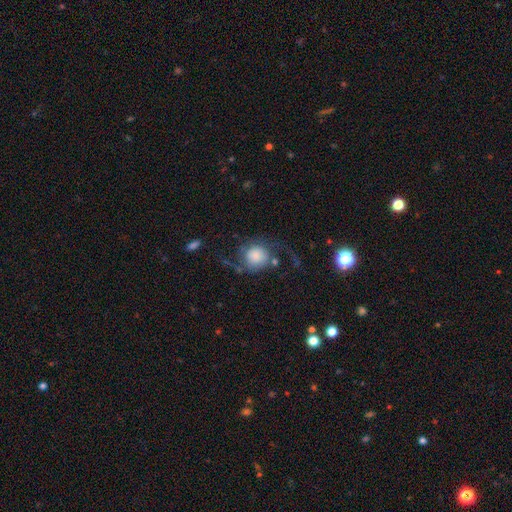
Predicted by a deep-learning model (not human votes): A smooth galaxy with no disk features (58%) that is round (80%). Merging: none (44%).